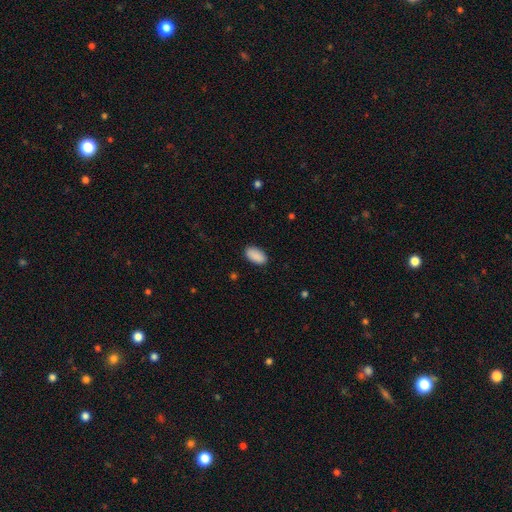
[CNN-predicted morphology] smooth 91%, star or artifact 6%, featured or disk 3%. Down the decision tree: how rounded — in between (95%); merging — none (88%).